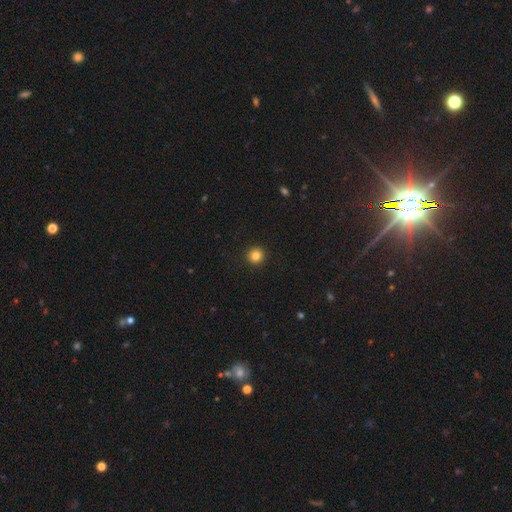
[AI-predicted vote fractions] This appears to be a smooth galaxy with no disk features (83%) that is round (94%). Merging: none (93%).